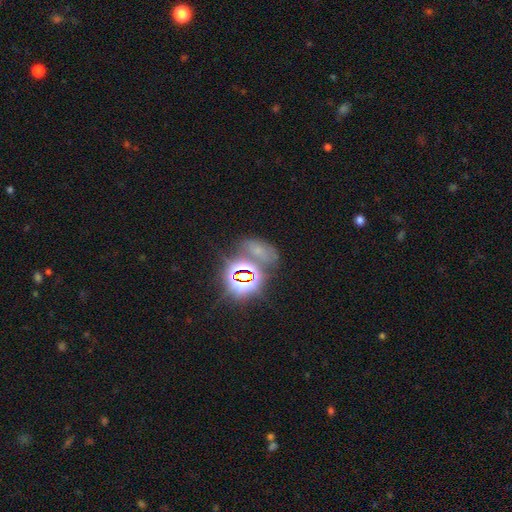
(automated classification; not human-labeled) Overall: star or artifact (72%).